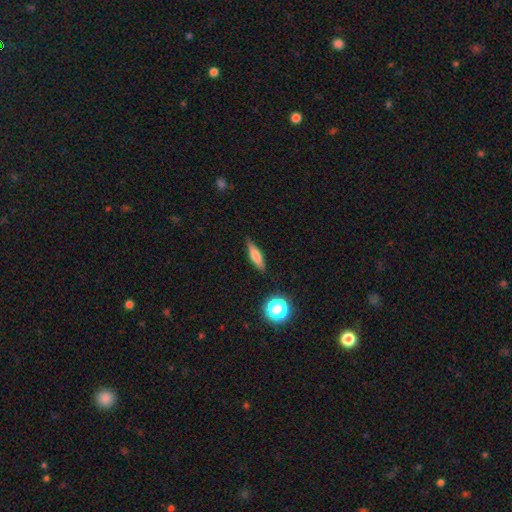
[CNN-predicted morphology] Smooth or featured?
  - smooth: 66% *
  - featured or disk: 25%
  - star or artifact: 9%
How rounded?
  - cigar-shaped: 64% *
  - in between: 31%
  - round: 5%
Merging?
  - none: 83% *
  - minor disturbance: 13%
  - major disturbance: 3%
  - merger: 2%